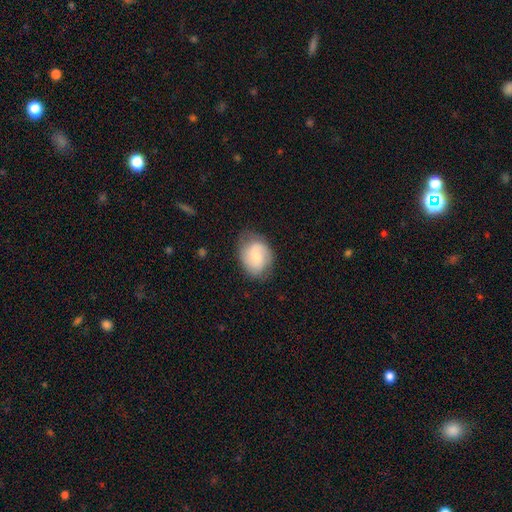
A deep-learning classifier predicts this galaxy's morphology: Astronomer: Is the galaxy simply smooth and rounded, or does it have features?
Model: smooth — 49% (runner-up: featured or disk, 44%).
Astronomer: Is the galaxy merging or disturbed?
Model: none — 70%.